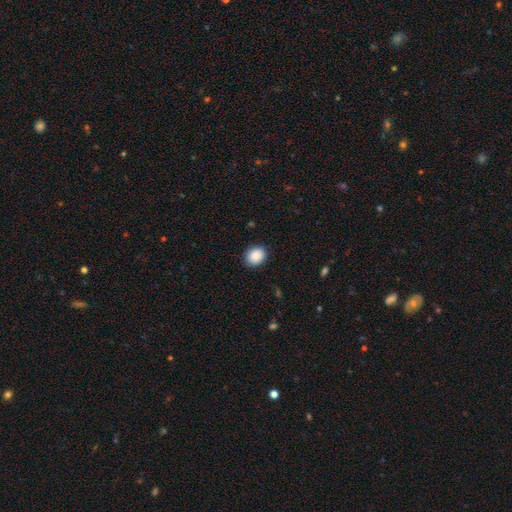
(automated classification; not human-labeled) Q: Smooth or featured?
A: smooth (89%); runner-up: star or artifact (7%)
Q: How rounded?
A: round (54%); runner-up: in between (45%)
Q: Merging?
A: none (88%); runner-up: minor disturbance (9%)